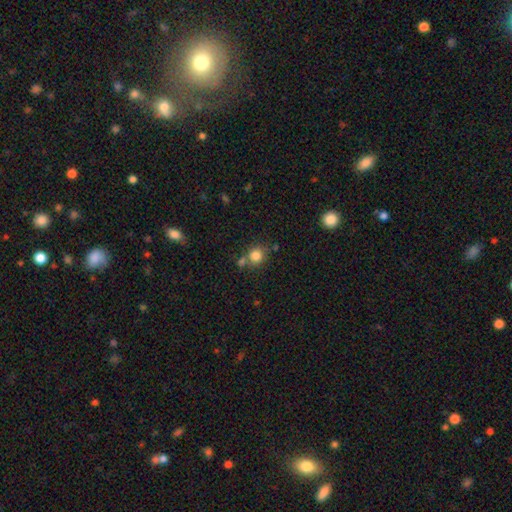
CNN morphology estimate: smooth-or-featured: smooth: 82% | star or artifact: 11% | featured or disk: 7%
  how-rounded: round: 82% | in between: 17% | cigar-shaped: 1%
  merging: none: 63% | merger: 21% | minor disturbance: 12% | major disturbance: 4%